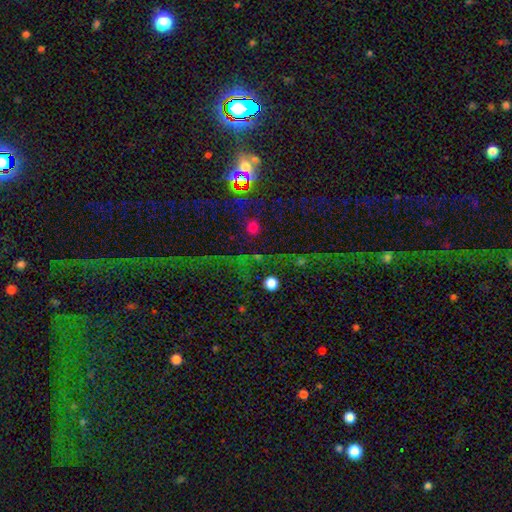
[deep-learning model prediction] Smooth or featured: star or artifact — 72% (smooth — 16%)